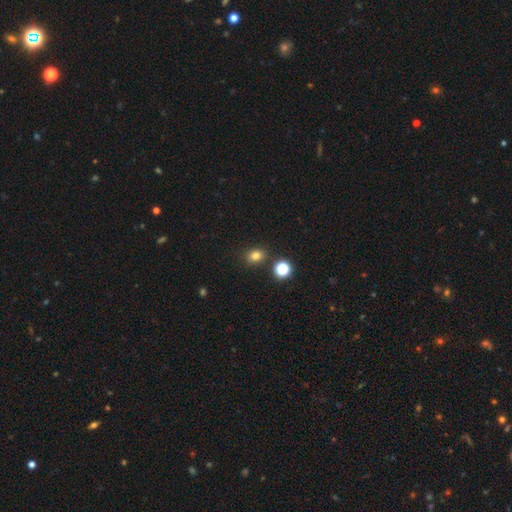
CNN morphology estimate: type=smooth (78%); roundness=round (54%); merging=none (83%).